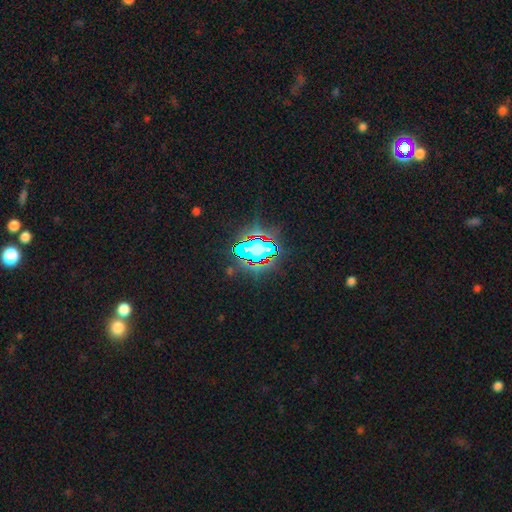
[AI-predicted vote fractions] Overall: star or artifact (81%).